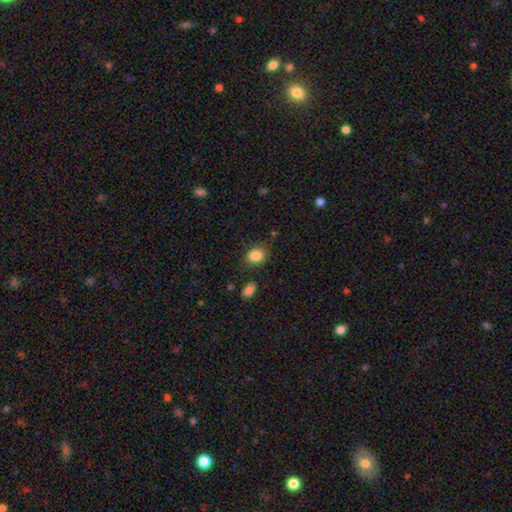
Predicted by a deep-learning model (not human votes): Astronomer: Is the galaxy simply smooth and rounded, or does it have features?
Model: smooth — 85%.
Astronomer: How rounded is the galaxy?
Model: round — 50% (runner-up: in between, 49%).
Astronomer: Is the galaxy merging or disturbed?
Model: none — 75%.